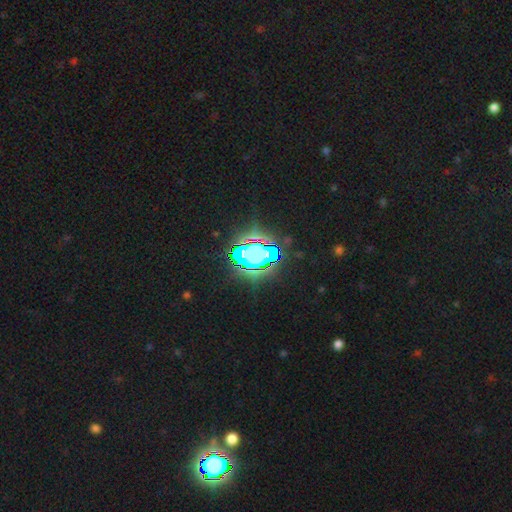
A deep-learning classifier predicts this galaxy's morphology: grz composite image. It shows a star or artifact, not a galaxy (60%).